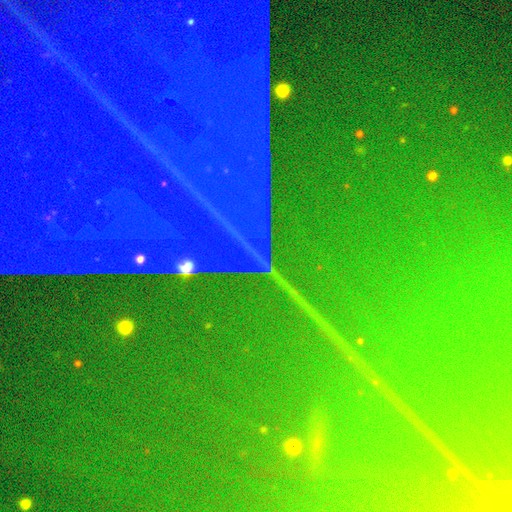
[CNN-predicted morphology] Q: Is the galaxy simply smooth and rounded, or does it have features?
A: star or artifact — 89%.